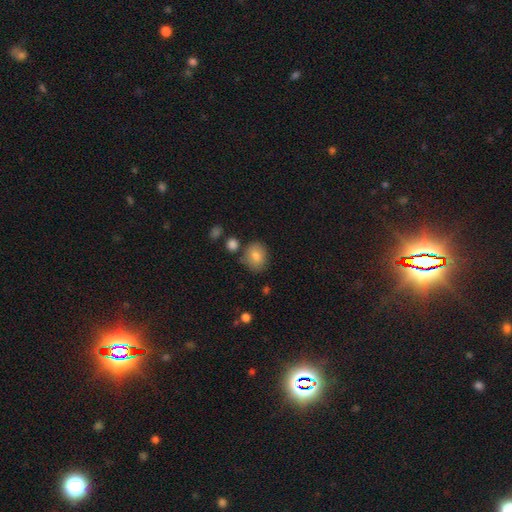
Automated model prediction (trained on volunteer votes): This is likely a smooth galaxy (80%). How rounded: likely round (63%). Merging: likely none (75%).